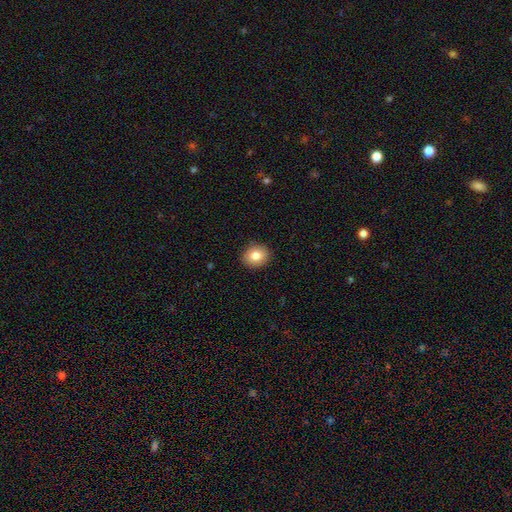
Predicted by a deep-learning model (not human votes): A smooth galaxy with no disk features (83%) that is round (67%). Merging: none (91%).